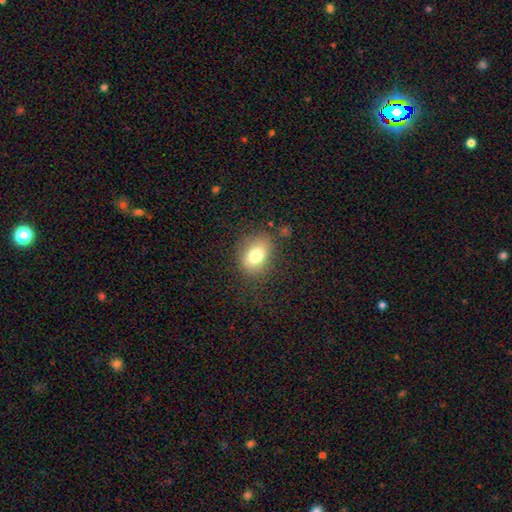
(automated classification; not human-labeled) A smooth galaxy with no disk features (77%) that is in between round and cigar-shaped (63%). Merging: none (77%).